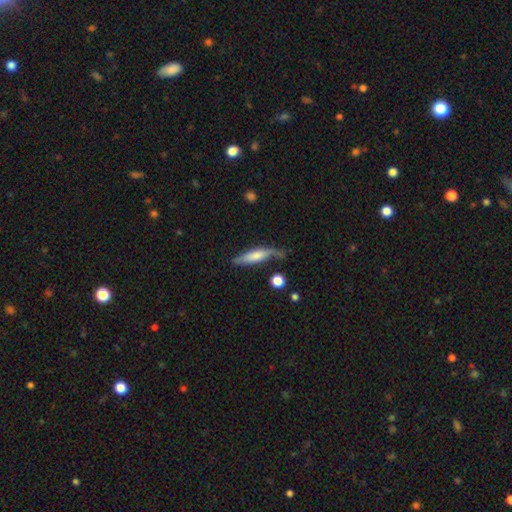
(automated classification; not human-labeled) A smooth galaxy with no disk features (61%) that is cigar-shaped (73%).

Vote fractions:
- Smooth or featured? smooth: 61% / featured or disk: 33% / star or artifact: 6%
- How rounded? cigar-shaped: 73% / in between: 24% / round: 2%
- Merging? none: 58% / minor disturbance: 27% / major disturbance: 10% / merger: 5%